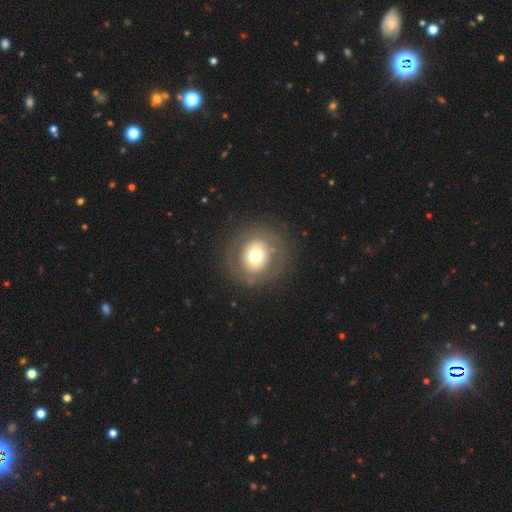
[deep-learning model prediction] Smooth or featured: smooth — 60% (featured or disk — 30%)
How rounded: round — 91% (in between — 8%)
Merging: none — 84% (minor disturbance — 8%)